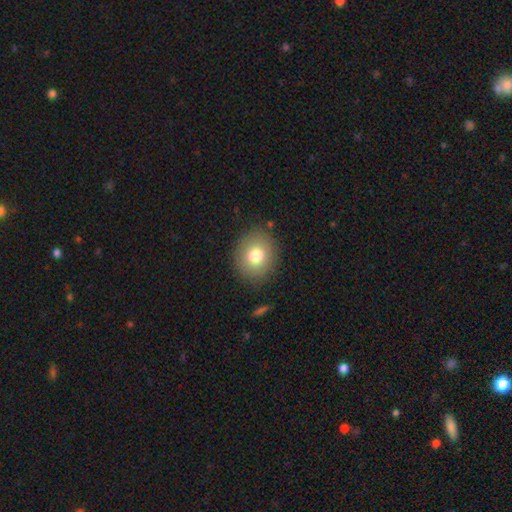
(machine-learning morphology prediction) smooth-or-featured: smooth: 77% | featured or disk: 13% | star or artifact: 10%
  how-rounded: round: 73% | in between: 26% | cigar-shaped: 1%
  merging: none: 85% | minor disturbance: 10% | major disturbance: 3% | merger: 2%